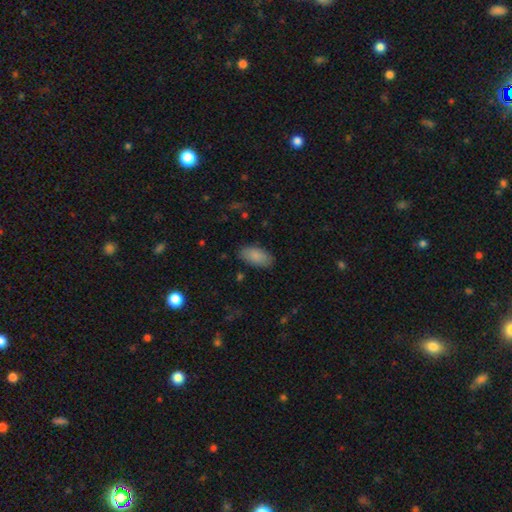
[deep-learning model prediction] Smooth or featured: smooth — 88% (star or artifact — 7%)
How rounded: in between — 93% (cigar-shaped — 5%)
Merging: none — 85% (minor disturbance — 11%)